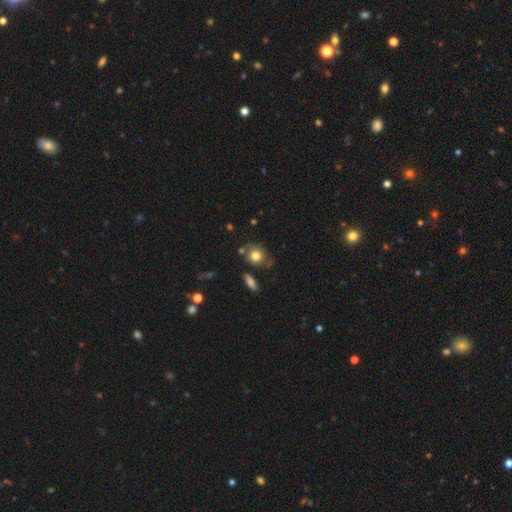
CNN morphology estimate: A smooth galaxy with no disk features (80%) that is round (72%).

Vote fractions:
- Smooth or featured? smooth: 80% / featured or disk: 10% / star or artifact: 10%
- How rounded? round: 72% / in between: 27% / cigar-shaped: 1%
- Merging? none: 68% / minor disturbance: 19% / merger: 8% / major disturbance: 5%